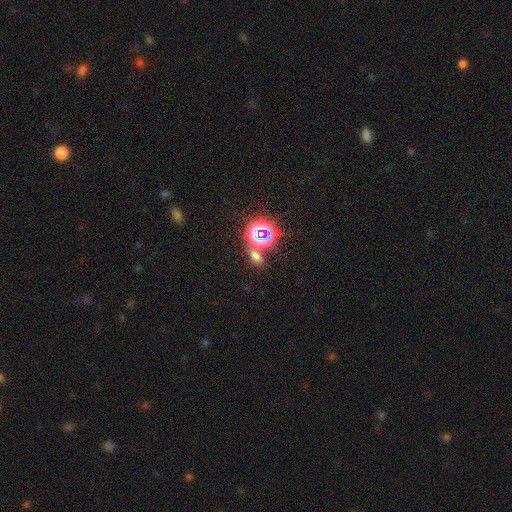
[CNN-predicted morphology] Smooth or featured? star or artifact (46%)